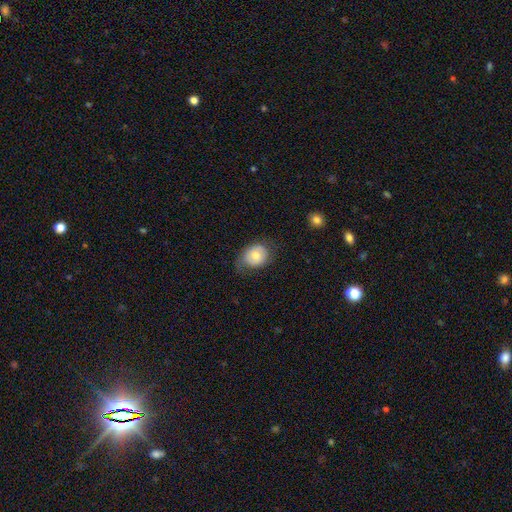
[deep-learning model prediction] Smooth or featured? Predicted: smooth (p=0.68). How rounded? Predicted: round (p=0.51). Merging? Predicted: none (p=0.60).